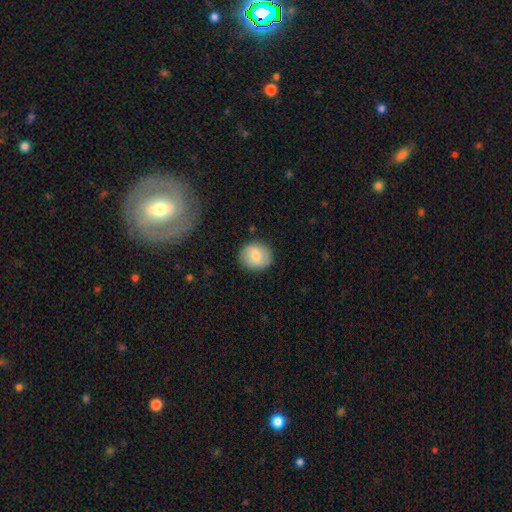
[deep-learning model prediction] Q: Smooth or featured?
A: smooth (73%); runner-up: featured or disk (20%)
Q: How rounded?
A: round (76%); runner-up: in between (23%)
Q: Merging?
A: none (86%); runner-up: minor disturbance (10%)